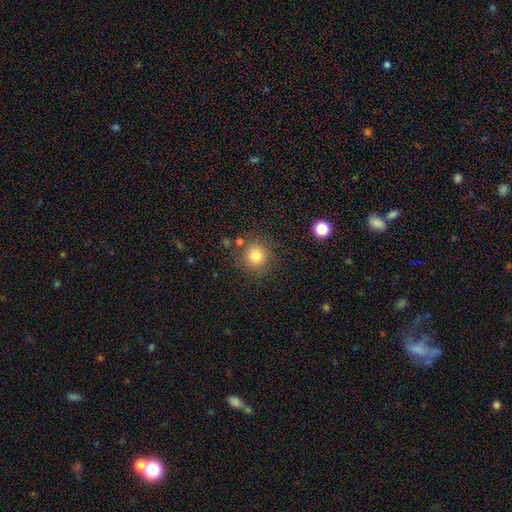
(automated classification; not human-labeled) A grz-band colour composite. It shows a smooth galaxy with no disk features (81%) that is round (92%). Merging: none (82%).